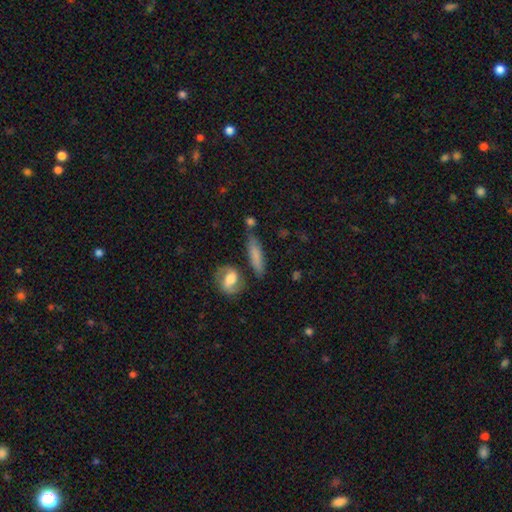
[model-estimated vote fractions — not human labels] A smooth galaxy with no disk features (67%) that is cigar-shaped (65%).

Vote fractions:
- Smooth or featured? smooth: 67% / featured or disk: 25% / star or artifact: 8%
- How rounded? cigar-shaped: 65% / in between: 30% / round: 5%
- Merging? none: 67% / minor disturbance: 19% / merger: 9% / major disturbance: 5%